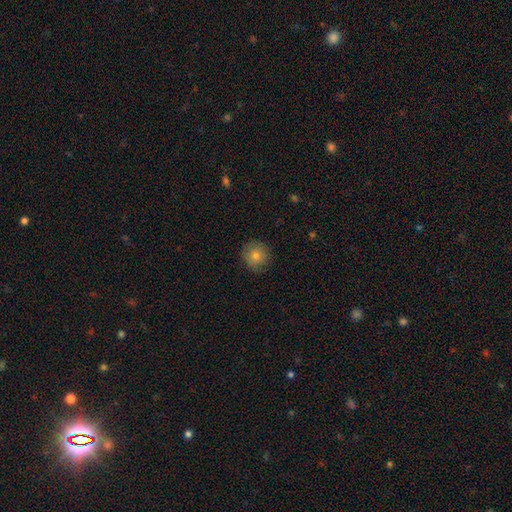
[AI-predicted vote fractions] Smooth or featured? Predicted: smooth (p=0.76). How rounded? Predicted: round (p=0.94). Merging? Predicted: none (p=0.86).